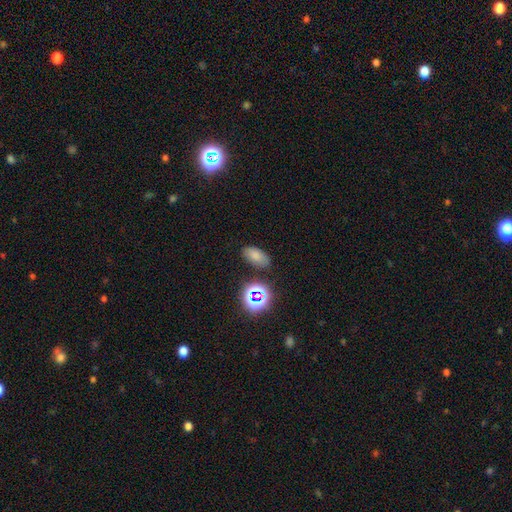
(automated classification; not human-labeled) Q: Smooth or featured?
A: smooth (73%); runner-up: star or artifact (18%)
Q: How rounded?
A: in between (91%); runner-up: round (7%)
Q: Merging?
A: none (79%); runner-up: minor disturbance (13%)